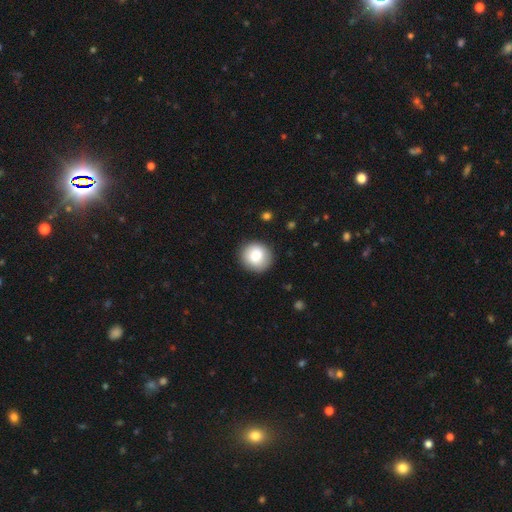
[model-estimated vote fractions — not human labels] Overall: smooth (82%). How rounded: round (92%). Merging: none (90%).